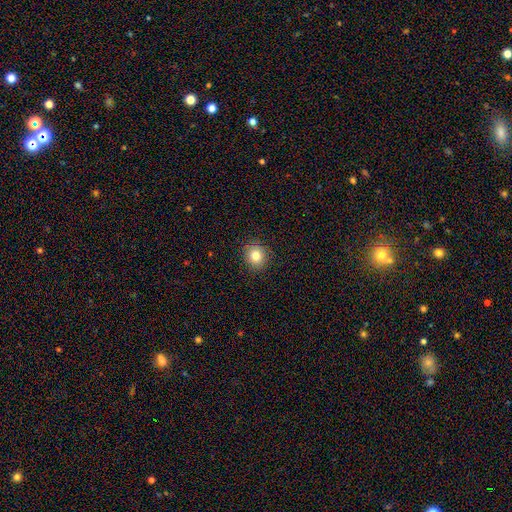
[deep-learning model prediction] Smooth or featured? smooth (81%)
How rounded? round (85%)
Merging? none (90%)